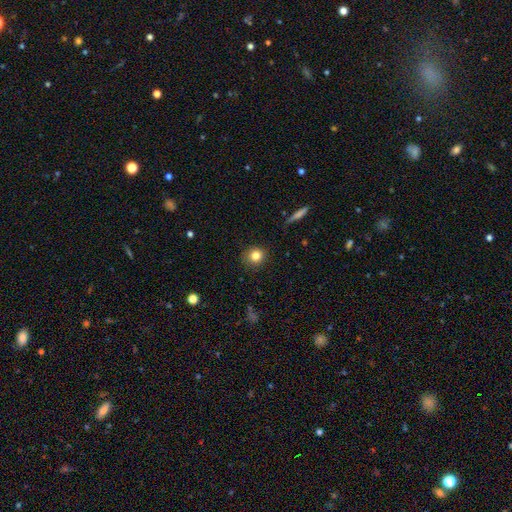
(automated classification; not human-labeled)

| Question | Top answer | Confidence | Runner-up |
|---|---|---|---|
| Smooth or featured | smooth | 82% | star or artifact (11%) |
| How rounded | round | 88% | in between (11%) |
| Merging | none | 87% | minor disturbance (9%) |